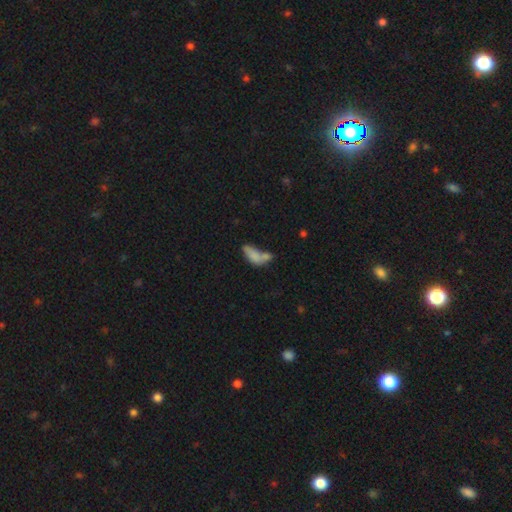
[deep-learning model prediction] Morphology: type=smooth (72%); roundness=in between (80%); merging=merger (51%).